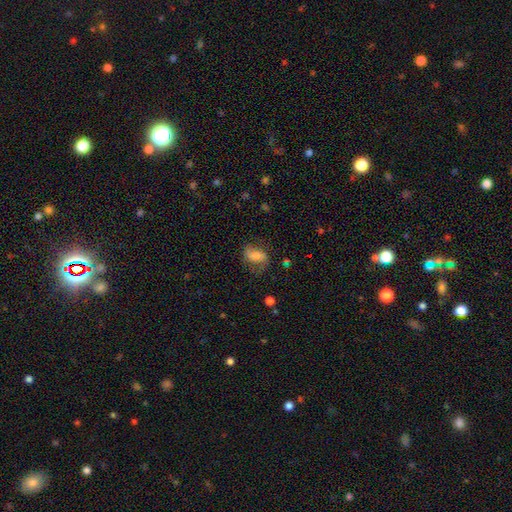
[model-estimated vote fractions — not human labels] This appears to be a smooth galaxy with no disk features (56%) that is in between round and cigar-shaped (85%). Merging: none (58%).